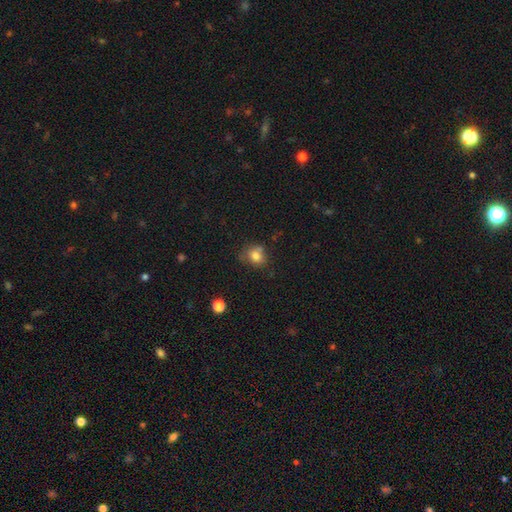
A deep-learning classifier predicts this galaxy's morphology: smooth_or_featured: smooth (p=0.79) [alt: star or artifact p=0.12]
how_rounded: round (p=0.63) [alt: in between p=0.36]
merging: none (p=0.56) [alt: minor disturbance p=0.26]